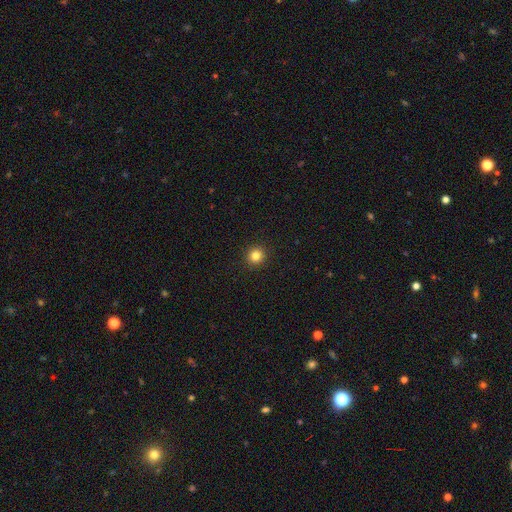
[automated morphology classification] This is clearly a smooth galaxy (83%). How rounded: clearly round (93%). Merging: clearly none (93%).